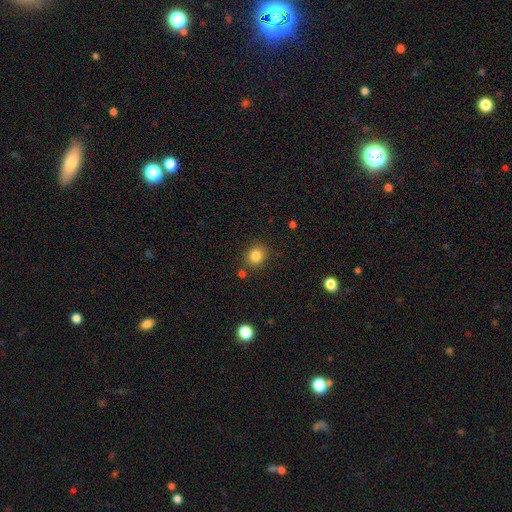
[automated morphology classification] This appears to be a smooth galaxy with no disk features (83%) that is round (73%). Merging: none (84%).